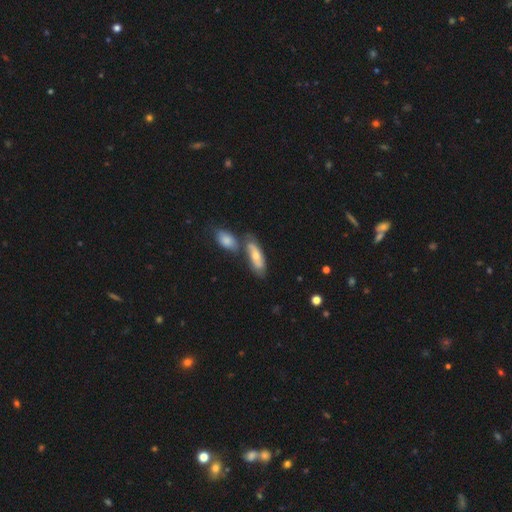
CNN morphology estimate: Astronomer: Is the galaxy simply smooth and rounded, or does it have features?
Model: smooth — 52% (runner-up: featured or disk, 42%).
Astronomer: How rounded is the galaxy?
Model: in between — 68%.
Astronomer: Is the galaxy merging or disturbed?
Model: none — 48% (runner-up: merger, 31%).